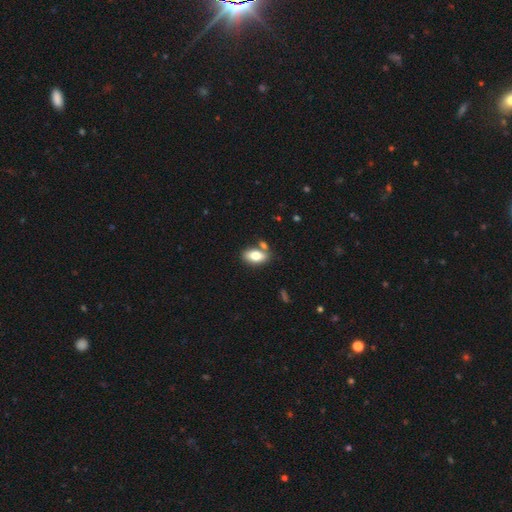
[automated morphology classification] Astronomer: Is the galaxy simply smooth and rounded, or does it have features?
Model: smooth — 77%.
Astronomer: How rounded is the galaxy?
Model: in between — 90%.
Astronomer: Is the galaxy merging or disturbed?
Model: none — 67%.